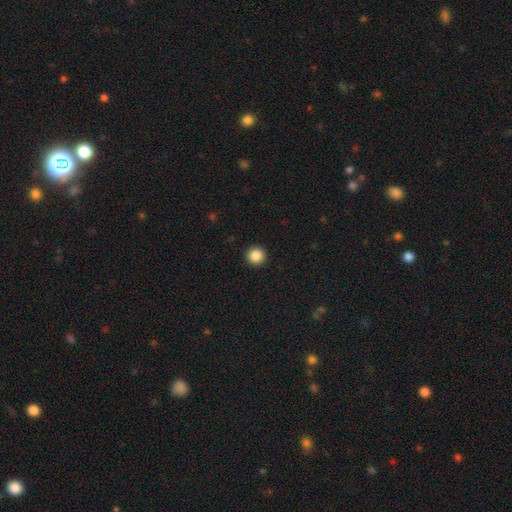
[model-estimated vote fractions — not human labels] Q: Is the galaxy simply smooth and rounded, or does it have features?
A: smooth — 88%.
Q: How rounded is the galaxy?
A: round — 96%.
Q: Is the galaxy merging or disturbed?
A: none — 93%.